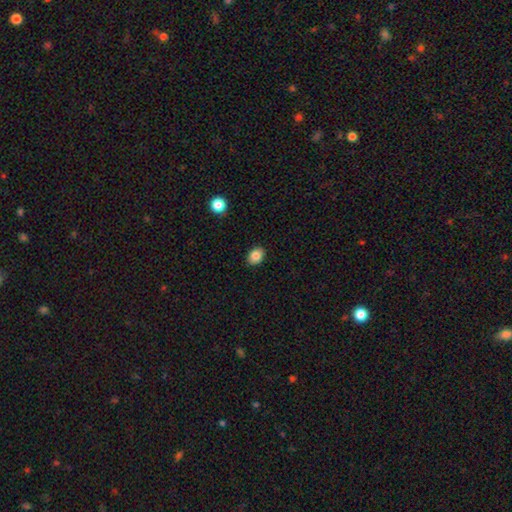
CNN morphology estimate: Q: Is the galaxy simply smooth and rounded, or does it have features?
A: smooth — 86%.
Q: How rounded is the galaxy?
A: in between — 69%.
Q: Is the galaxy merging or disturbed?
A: none — 89%.